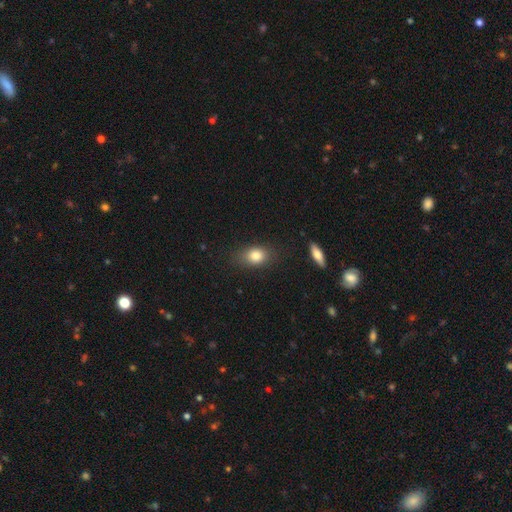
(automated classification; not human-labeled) The model was most divided on "how rounded": in between: 71%, round: 26%, cigar-shaped: 3%. More confident: smooth or featured — smooth (82%); merging — none (78%).